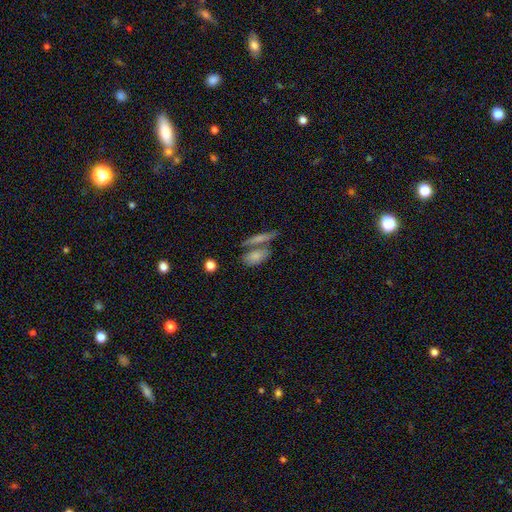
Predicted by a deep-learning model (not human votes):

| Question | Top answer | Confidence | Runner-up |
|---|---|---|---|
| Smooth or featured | smooth | 72% | featured or disk (20%) |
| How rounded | in between | 76% | cigar-shaped (15%) |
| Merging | none | 45% | merger (36%) |